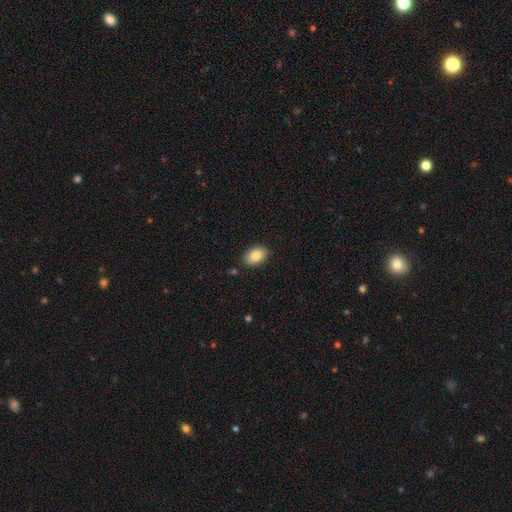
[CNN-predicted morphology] smooth_or_featured: smooth (p=0.86) [alt: featured or disk p=0.07]
how_rounded: in between (p=0.90) [alt: round p=0.09]
merging: none (p=0.87) [alt: minor disturbance p=0.10]